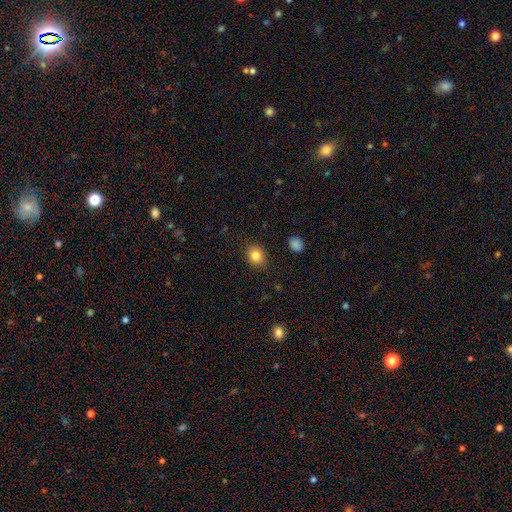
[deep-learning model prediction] Morphology: type=smooth (84%); roundness=round (57%); merging=none (87%).